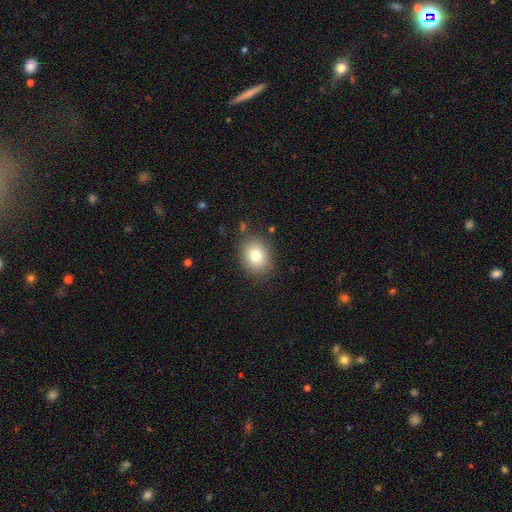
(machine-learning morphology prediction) Q: Smooth or featured?
A: smooth (78%); runner-up: star or artifact (11%)
Q: How rounded?
A: round (60%); runner-up: in between (39%)
Q: Merging?
A: none (85%); runner-up: minor disturbance (10%)